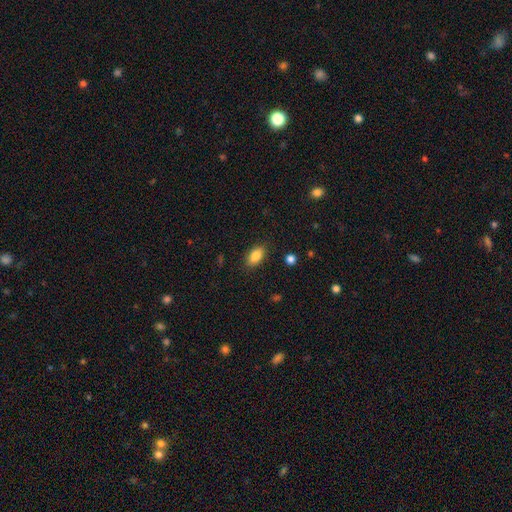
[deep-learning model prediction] This is clearly a smooth galaxy (84%). How rounded: clearly in between (89%). Merging: clearly none (86%).